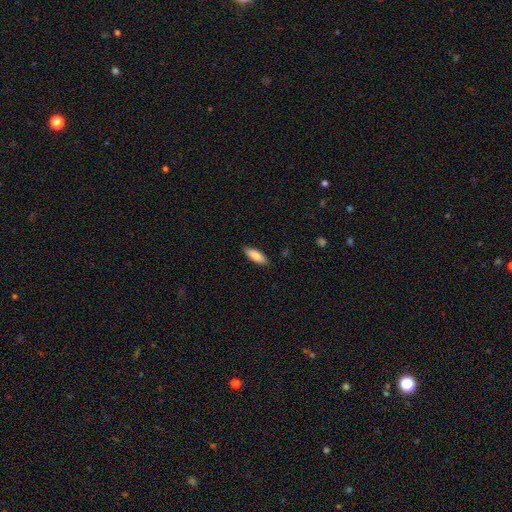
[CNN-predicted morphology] A smooth galaxy with no disk features (82%) that is in between round and cigar-shaped (65%). Merging: none (89%).